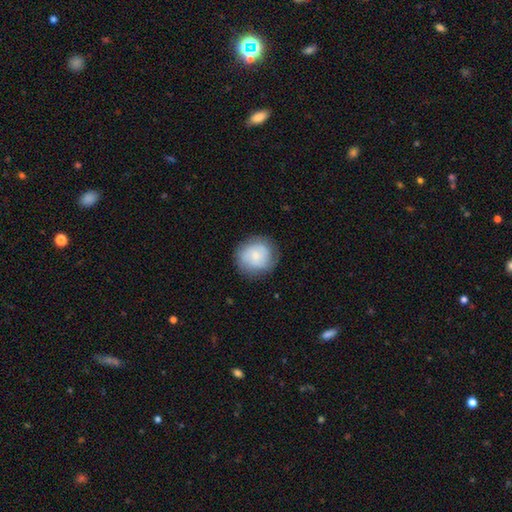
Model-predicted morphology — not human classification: This is likely a smooth galaxy (65%). How rounded: clearly round (89%). Merging: likely none (80%).